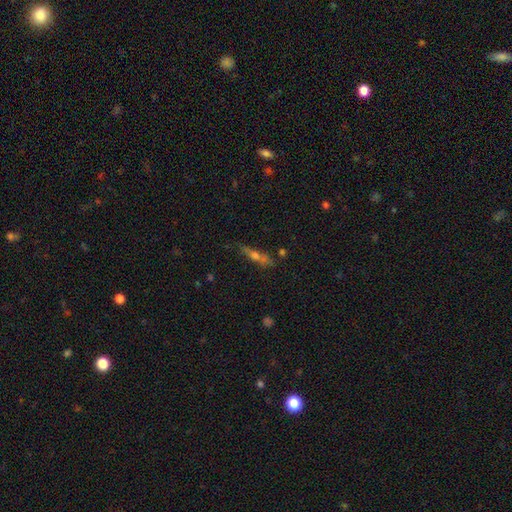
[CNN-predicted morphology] Q: Smooth or featured?
A: featured or disk (51%); runner-up: smooth (36%)
Q: Edge-on disk?
A: yes (85%); runner-up: no (15%)
Q: Merging?
A: none (71%); runner-up: minor disturbance (17%)